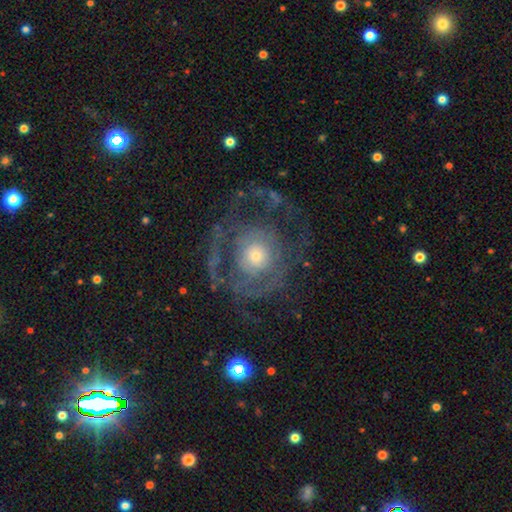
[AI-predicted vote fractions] Smooth or featured? Predicted: featured or disk (p=0.73). Edge-on disk? Predicted: no (p=0.97). Bar? Predicted: no (p=0.84). Spiral arms? Predicted: yes (p=0.65). Bulge size? Predicted: small (p=0.54). Merging? Predicted: none (p=0.54).